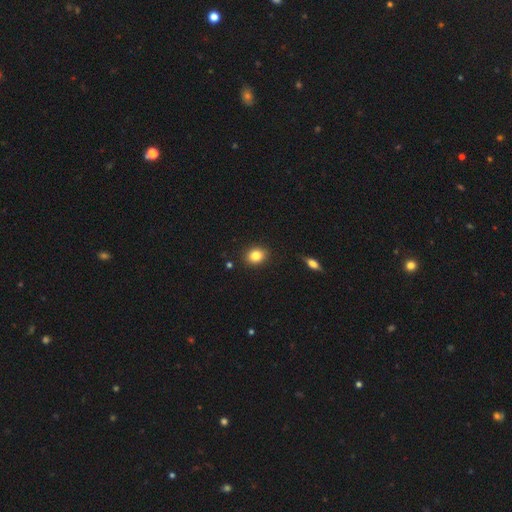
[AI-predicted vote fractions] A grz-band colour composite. It shows a smooth galaxy with no disk features (84%) that is round (54%). Merging: none (89%).